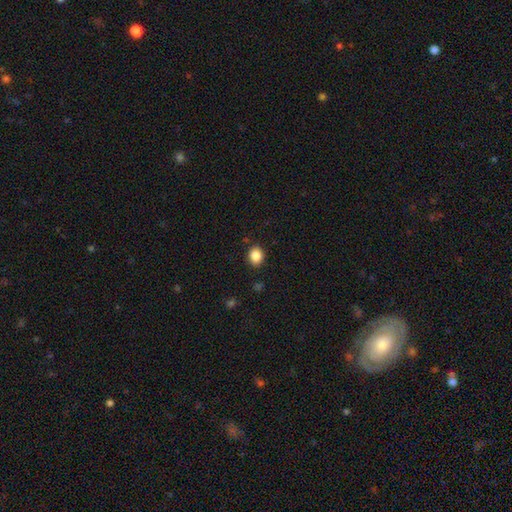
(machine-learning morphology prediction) Smooth or featured? smooth (86%)
How rounded? round (64%)
Merging? none (88%)